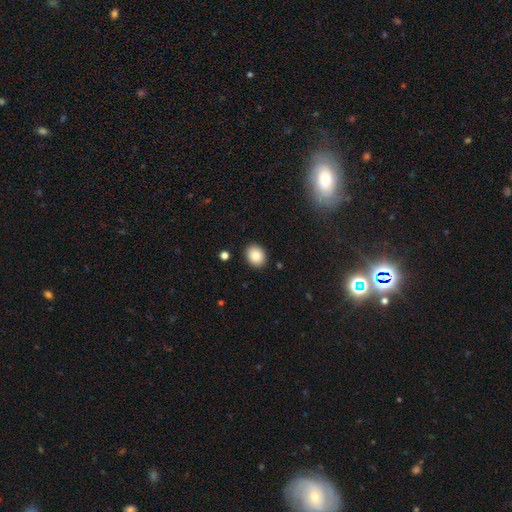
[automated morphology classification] Smooth or featured?
  - smooth: 85% *
  - star or artifact: 8%
  - featured or disk: 6%
How rounded?
  - round: 53% *
  - in between: 47%
  - cigar-shaped: 1%
Merging?
  - none: 89% *
  - minor disturbance: 7%
  - major disturbance: 2%
  - merger: 1%